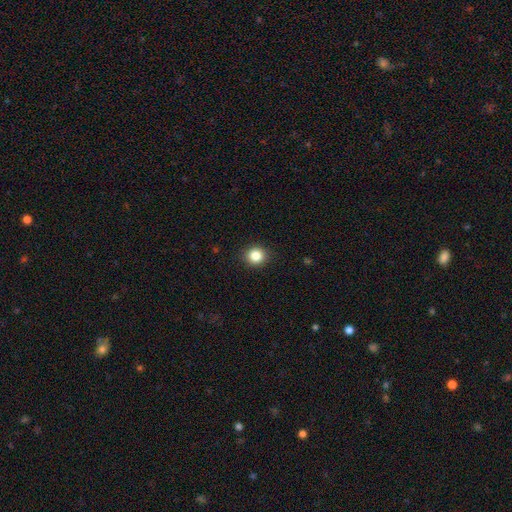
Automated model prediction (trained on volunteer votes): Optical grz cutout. It shows a smooth galaxy with no disk features (85%) that is round (87%). Merging: none (91%).